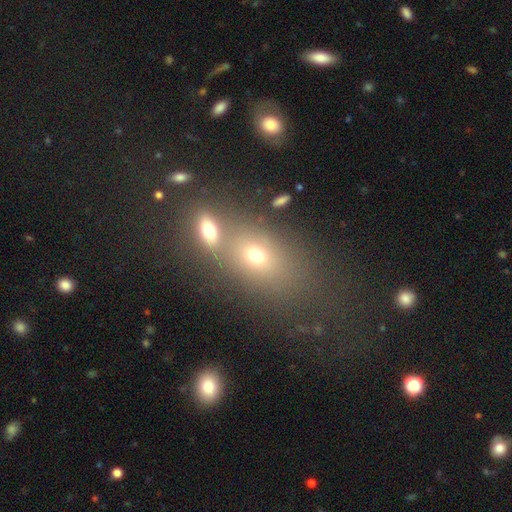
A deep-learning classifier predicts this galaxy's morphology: The model was most divided on "merging": none: 45%, merger: 39%, minor disturbance: 10%, major disturbance: 6%. More confident: how rounded — in between (71%); smooth or featured — smooth (64%).